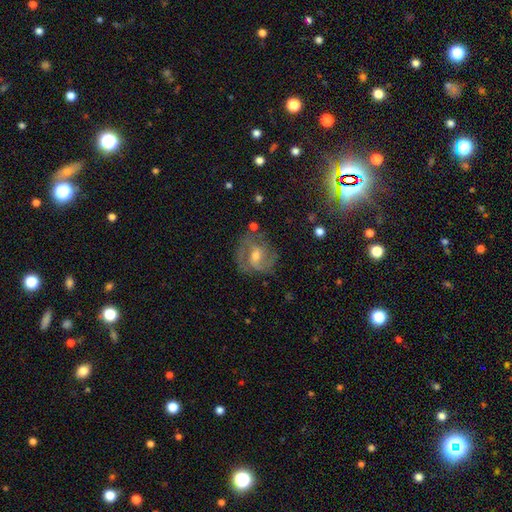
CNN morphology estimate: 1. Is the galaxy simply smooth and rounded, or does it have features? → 73% featured or disk, 17% smooth, 10% star or artifact.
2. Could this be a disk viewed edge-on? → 96% no, 4% yes.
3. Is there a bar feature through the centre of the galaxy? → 47% weak, 39% no, 14% strong.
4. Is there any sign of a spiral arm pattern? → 87% yes, 13% no.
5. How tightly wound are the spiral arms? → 46% medium, 36% tight, 17% loose.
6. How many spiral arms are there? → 53% 2, 23% can't tell, 13% 3, 6% 1, 3% 4, 3% more than 4.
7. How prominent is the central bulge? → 56% moderate, 38% small, 3% large, 2% none, 1% dominant.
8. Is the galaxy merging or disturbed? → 68% none, 19% minor disturbance, 11% major disturbance, 2% merger.